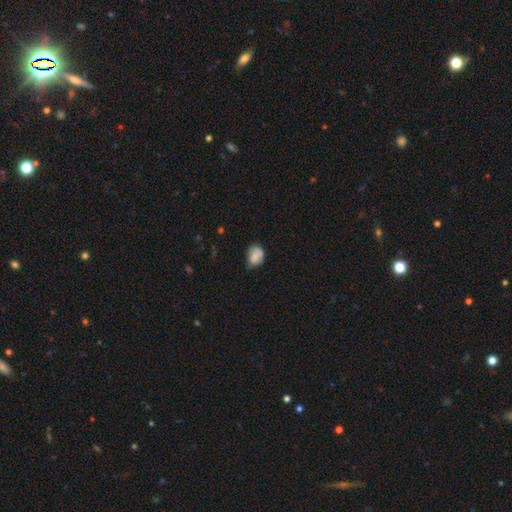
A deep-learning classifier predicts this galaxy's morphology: The model was most divided on "merging": none: 49%, minor disturbance: 37%, major disturbance: 9%, merger: 5%. More confident: smooth or featured — smooth (77%); how rounded — in between (67%).